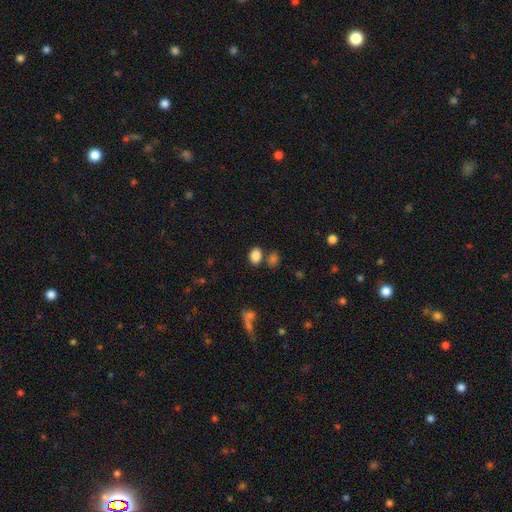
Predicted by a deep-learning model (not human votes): The model was most divided on "merging": none: 68%, merger: 16%, minor disturbance: 12%, major disturbance: 4%. More confident: smooth or featured — smooth (85%); how rounded — in between (76%).